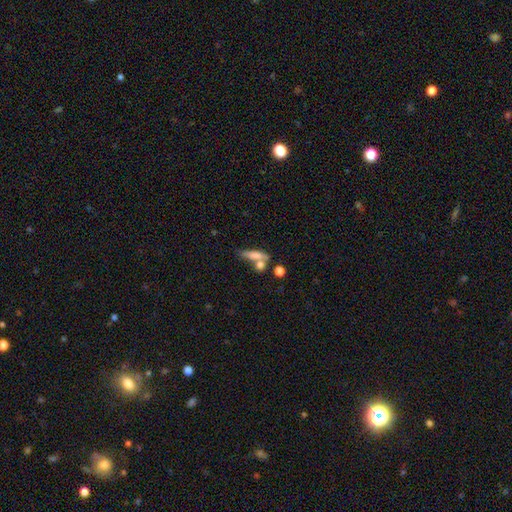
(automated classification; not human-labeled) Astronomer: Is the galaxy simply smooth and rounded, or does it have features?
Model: smooth — 70%.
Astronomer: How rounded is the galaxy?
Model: cigar-shaped — 58% (runner-up: in between, 34%).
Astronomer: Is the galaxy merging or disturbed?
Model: none — 45% (runner-up: merger, 32%).